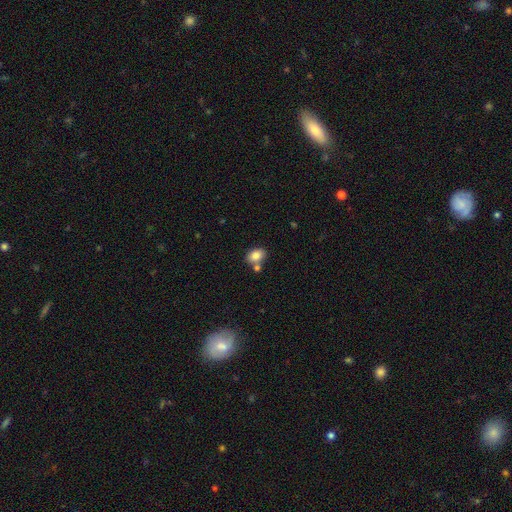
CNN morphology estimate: smooth-or-featured: smooth: 83% | star or artifact: 9% | featured or disk: 8%
  how-rounded: in between: 74% | round: 25% | cigar-shaped: 1%
  merging: none: 66% | merger: 18% | minor disturbance: 12% | major disturbance: 3%